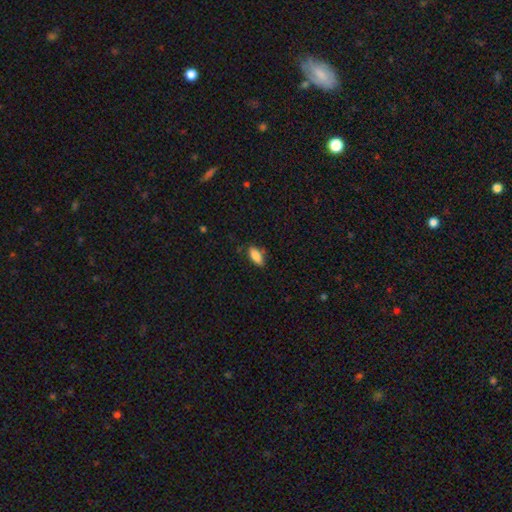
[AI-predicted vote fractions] This is clearly a smooth galaxy (83%). How rounded: likely in between (80%). Merging: likely none (77%).